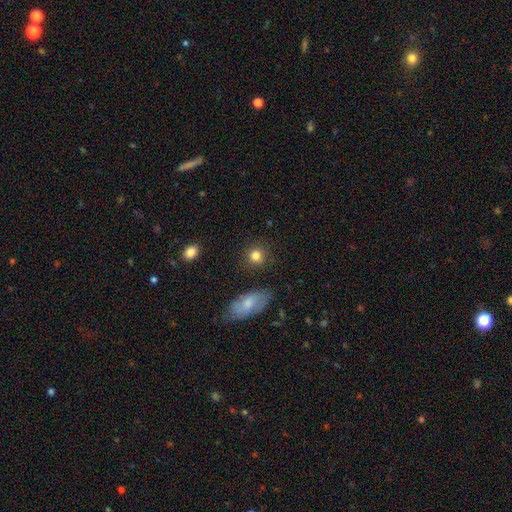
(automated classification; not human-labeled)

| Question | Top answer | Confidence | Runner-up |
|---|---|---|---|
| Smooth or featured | smooth | 83% | star or artifact (10%) |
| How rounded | round | 87% | in between (12%) |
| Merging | none | 85% | minor disturbance (9%) |